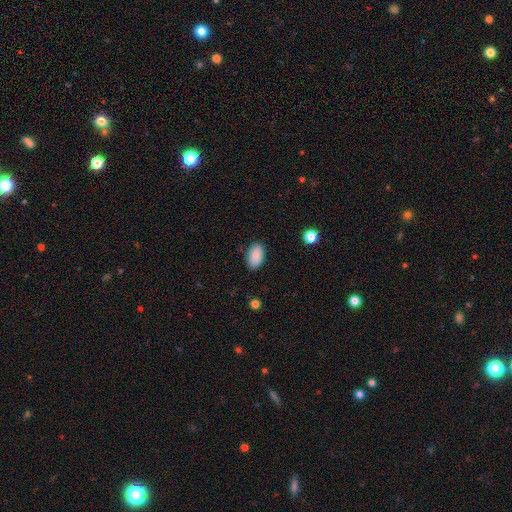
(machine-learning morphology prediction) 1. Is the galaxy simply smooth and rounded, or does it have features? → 87% smooth, 7% star or artifact, 5% featured or disk.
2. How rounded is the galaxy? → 94% in between, 4% round, 2% cigar-shaped.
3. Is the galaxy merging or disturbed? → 81% none, 15% minor disturbance, 3% major disturbance, 1% merger.